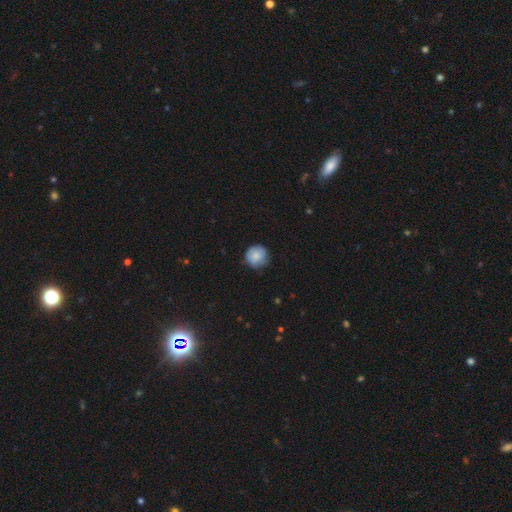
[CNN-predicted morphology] Smooth or featured?
  - smooth: 82% *
  - featured or disk: 10%
  - star or artifact: 8%
How rounded?
  - round: 92% *
  - in between: 7%
  - cigar-shaped: 1%
Merging?
  - none: 73% *
  - minor disturbance: 22%
  - major disturbance: 4%
  - merger: 1%